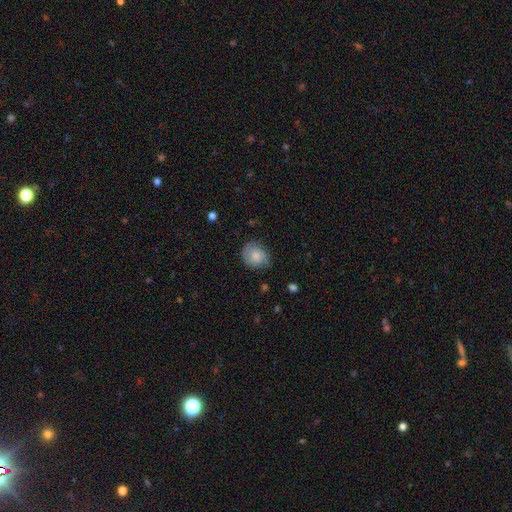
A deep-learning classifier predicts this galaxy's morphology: This is likely a smooth galaxy (68%). How rounded: likely round (70%). Merging: likely none (62%).